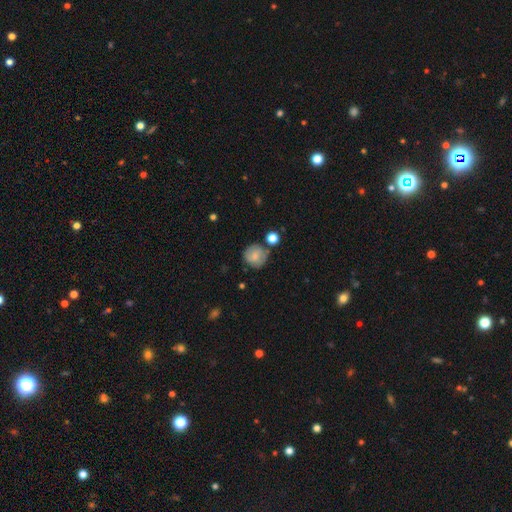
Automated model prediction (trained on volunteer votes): This is likely a smooth galaxy (66%). How rounded: clearly round (89%). Merging: likely none (72%).